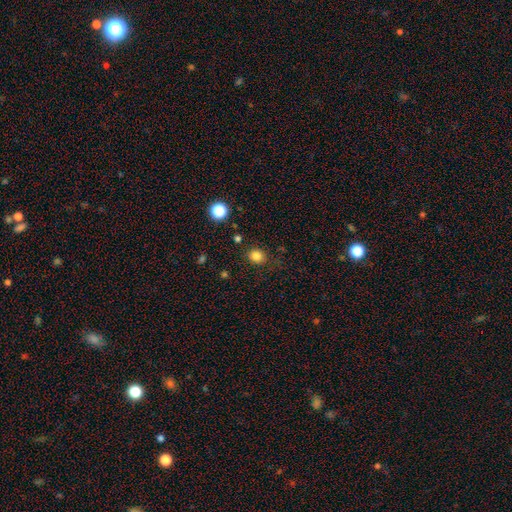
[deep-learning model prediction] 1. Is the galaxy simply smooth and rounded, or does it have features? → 82% smooth, 13% star or artifact, 5% featured or disk.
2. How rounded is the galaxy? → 74% round, 25% in between, 1% cigar-shaped.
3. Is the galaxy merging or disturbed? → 84% none, 11% minor disturbance, 4% major disturbance, 2% merger.